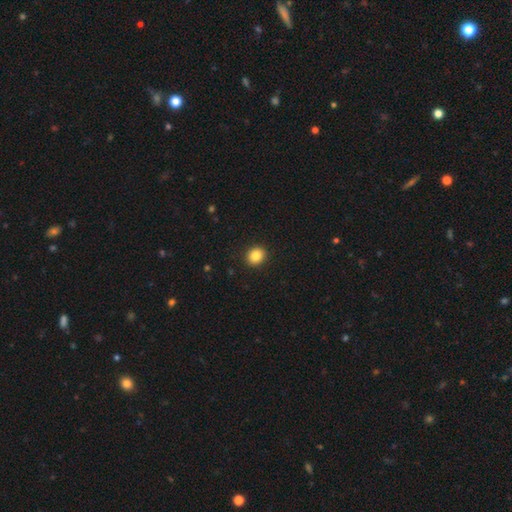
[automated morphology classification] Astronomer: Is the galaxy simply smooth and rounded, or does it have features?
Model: smooth — 85%.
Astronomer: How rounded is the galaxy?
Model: round — 75%.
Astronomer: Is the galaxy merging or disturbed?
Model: none — 92%.